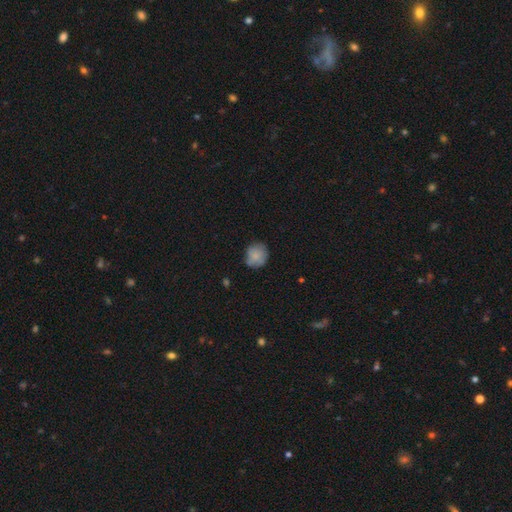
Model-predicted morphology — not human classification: The model was most divided on "merging": none: 69%, minor disturbance: 23%, major disturbance: 6%, merger: 3%. More confident: how rounded — round (84%); smooth or featured — smooth (77%).